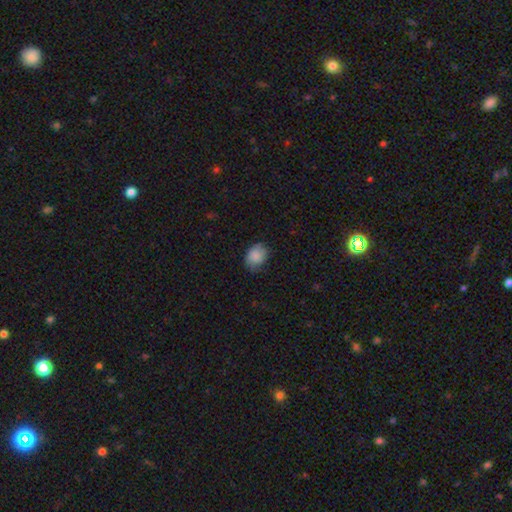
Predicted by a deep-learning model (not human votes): A smooth galaxy with no disk features (86%) that is in between round and cigar-shaped (56%).

Vote fractions:
- Smooth or featured? smooth: 86% / star or artifact: 7% / featured or disk: 7%
- How rounded? in between: 56% / round: 43% / cigar-shaped: 1%
- Merging? none: 67% / minor disturbance: 26% / major disturbance: 6% / merger: 1%